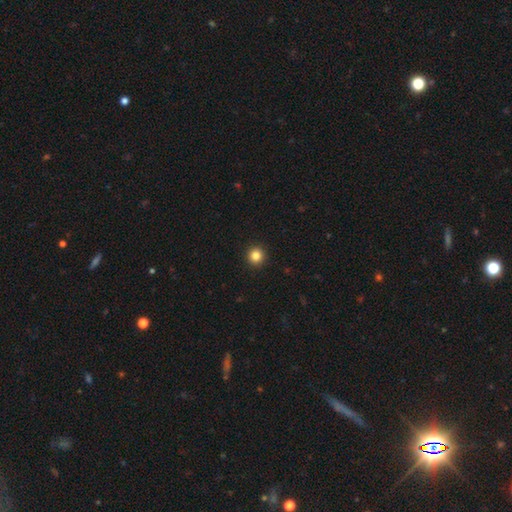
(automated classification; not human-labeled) A smooth galaxy with no disk features (84%) that is round (95%). Merging: none (94%).